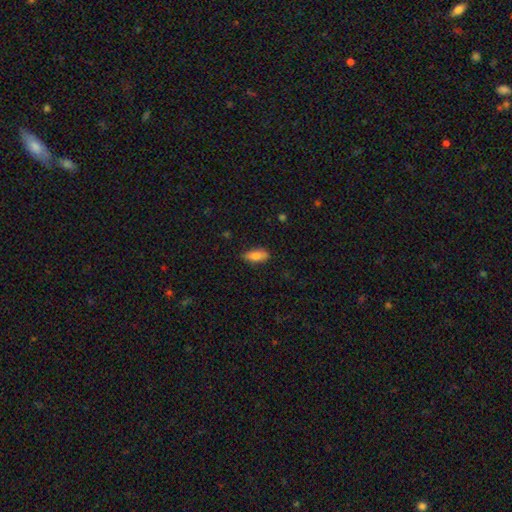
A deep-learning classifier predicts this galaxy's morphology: This appears to be a smooth galaxy with no disk features (82%) that is in between round and cigar-shaped (83%). Merging: none (77%).